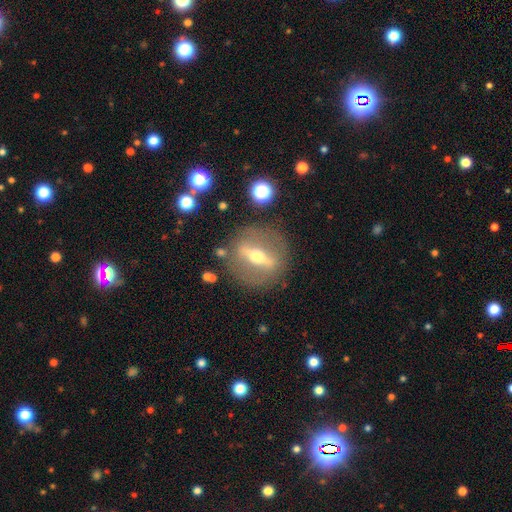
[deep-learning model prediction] smooth_or_featured: featured or disk (p=0.75) [alt: smooth p=0.17]
disk_edge_on: no (p=0.54) [alt: yes p=0.46]
merging: none (p=0.84) [alt: minor disturbance p=0.10]